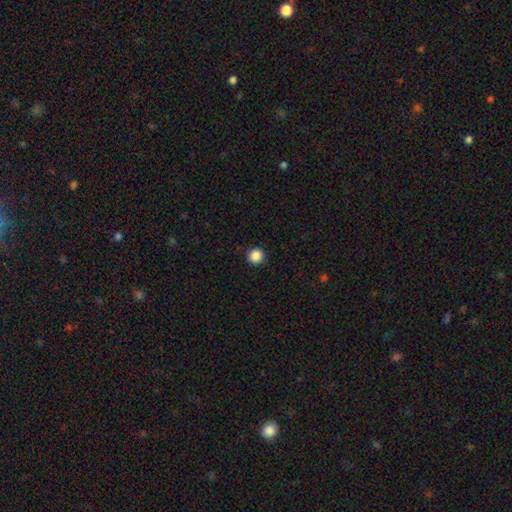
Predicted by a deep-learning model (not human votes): Q: Smooth or featured?
A: smooth (87%); runner-up: star or artifact (10%)
Q: How rounded?
A: round (95%); runner-up: in between (4%)
Q: Merging?
A: none (92%); runner-up: minor disturbance (5%)